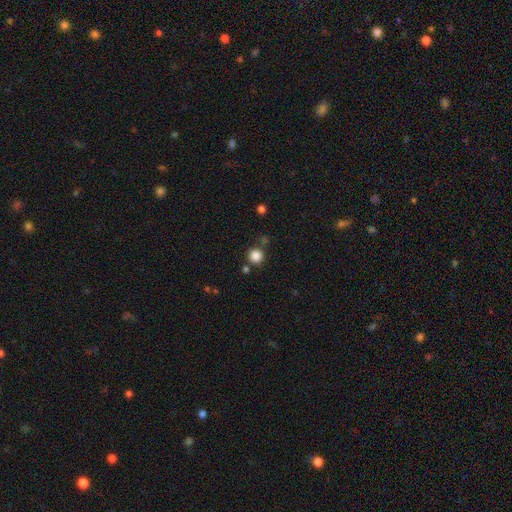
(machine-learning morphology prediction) Smooth or featured: smooth — 85% (star or artifact — 11%)
How rounded: round — 94% (in between — 5%)
Merging: none — 81% (minor disturbance — 8%)